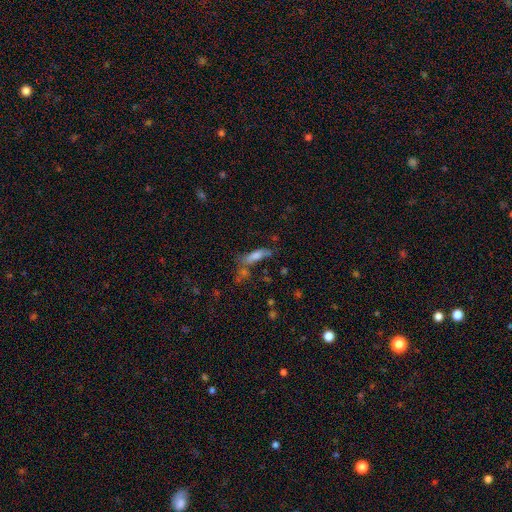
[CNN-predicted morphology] Q: Smooth or featured?
A: smooth (70%); runner-up: featured or disk (19%)
Q: How rounded?
A: cigar-shaped (55%); runner-up: in between (42%)
Q: Merging?
A: none (48%); runner-up: minor disturbance (21%)